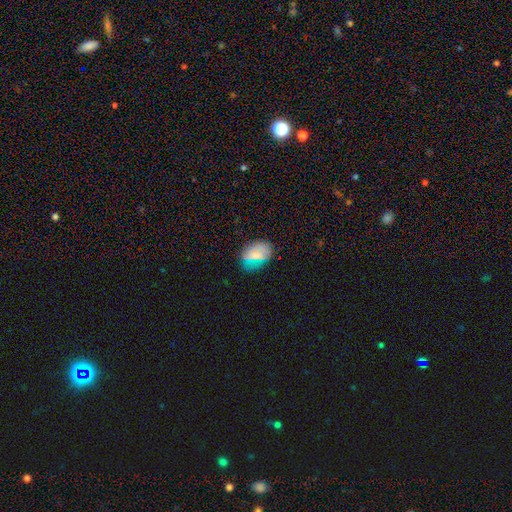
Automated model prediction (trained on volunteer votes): smooth_or_featured: smooth (p=0.72) [alt: featured or disk p=0.14]
how_rounded: in between (p=0.86) [alt: round p=0.12]
merging: none (p=0.70) [alt: minor disturbance p=0.22]